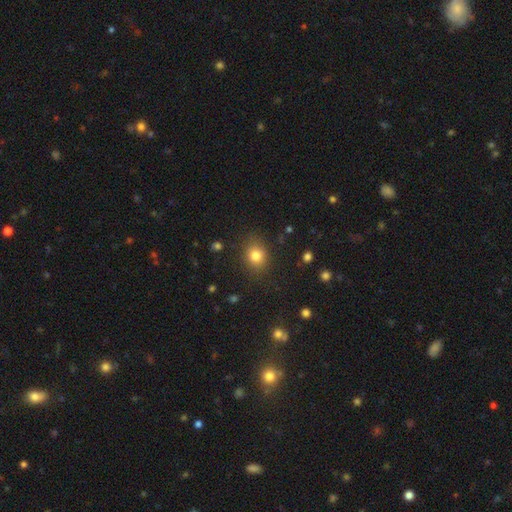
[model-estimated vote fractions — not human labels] smooth-or-featured: smooth: 81% | star or artifact: 13% | featured or disk: 7%
  how-rounded: round: 63% | in between: 36% | cigar-shaped: 1%
  merging: none: 85% | minor disturbance: 11% | major disturbance: 3% | merger: 1%